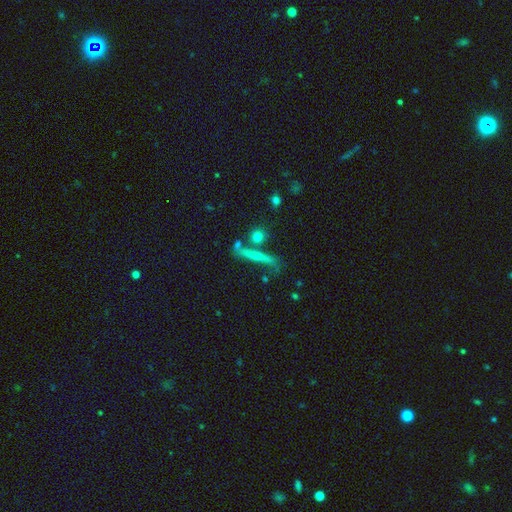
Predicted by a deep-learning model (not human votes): Smooth or featured? Predicted: smooth (p=0.49). Merging? Predicted: none (p=0.65).